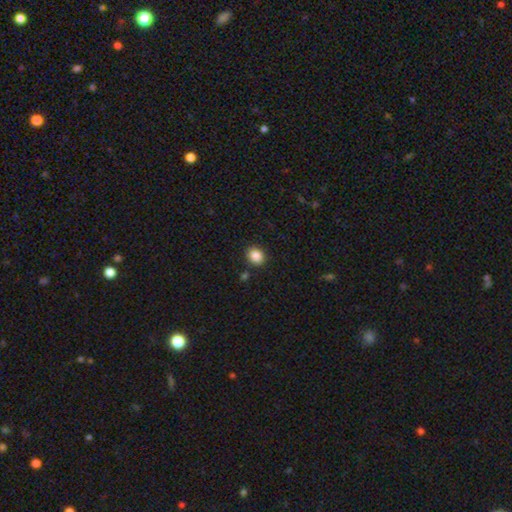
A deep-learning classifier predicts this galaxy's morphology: Smooth or featured?
  - smooth: 87% *
  - star or artifact: 9%
  - featured or disk: 4%
How rounded?
  - round: 56% *
  - in between: 43%
  - cigar-shaped: 1%
Merging?
  - none: 86% *
  - minor disturbance: 8%
  - merger: 3%
  - major disturbance: 2%